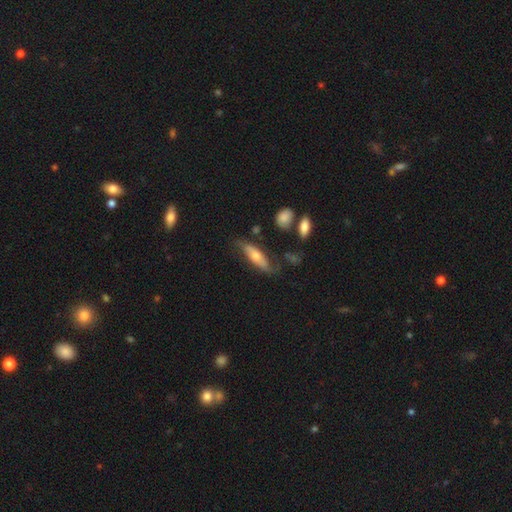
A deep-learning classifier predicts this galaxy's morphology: A featured or disk galaxy (48%). Merging: none (58%).